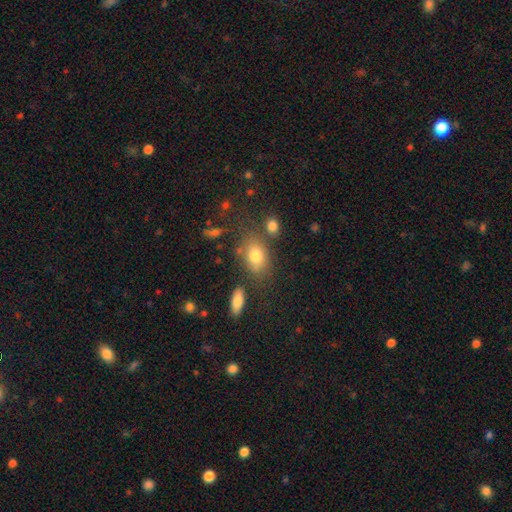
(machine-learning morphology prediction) type=smooth (77%); roundness=in between (76%); merging=none (68%).